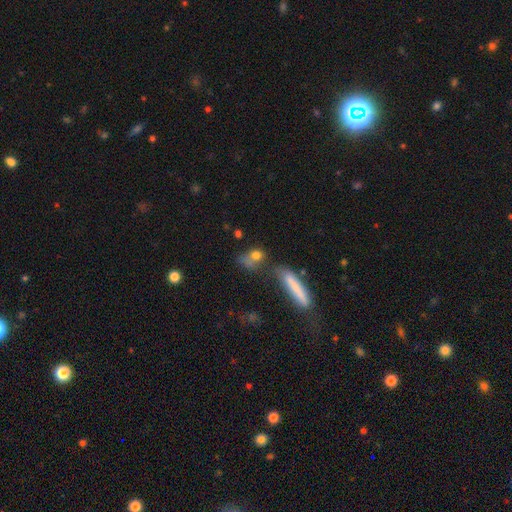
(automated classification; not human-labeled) smooth 72%, featured or disk 16%, star or artifact 12%. Down the decision tree: how rounded — in between (44%); merging — none (44%).